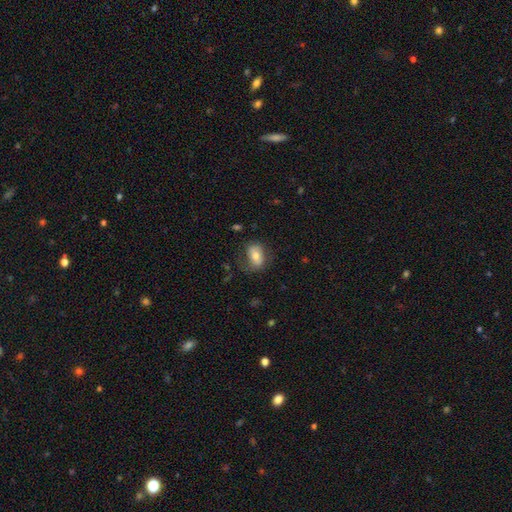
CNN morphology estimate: smooth_or_featured: smooth (p=0.66) [alt: featured or disk p=0.26]
how_rounded: in between (p=0.81) [alt: round p=0.17]
merging: none (p=0.62) [alt: minor disturbance p=0.22]